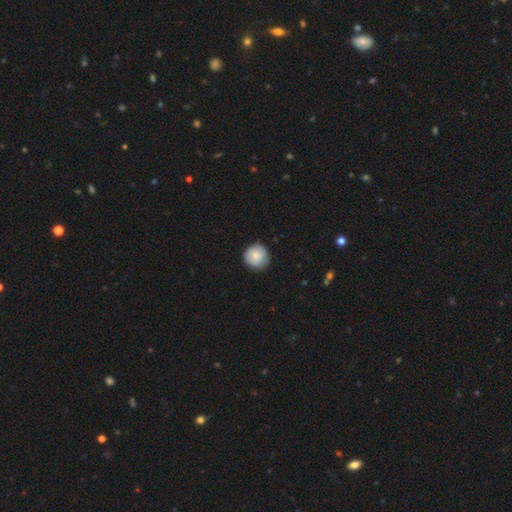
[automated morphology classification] A smooth galaxy with no disk features (73%) that is round (93%).

Vote fractions:
- Smooth or featured? smooth: 73% / featured or disk: 20% / star or artifact: 6%
- How rounded? round: 93% / in between: 6% / cigar-shaped: 1%
- Merging? none: 83% / minor disturbance: 14% / major disturbance: 3% / merger: 1%